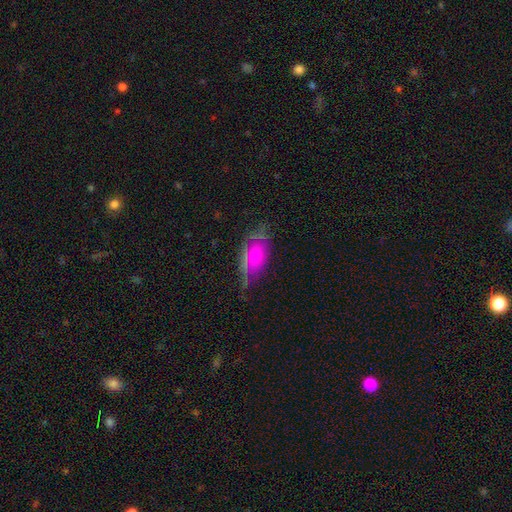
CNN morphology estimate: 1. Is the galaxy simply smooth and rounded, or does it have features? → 48% smooth, 39% featured or disk, 13% star or artifact.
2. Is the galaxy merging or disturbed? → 59% none, 27% minor disturbance, 11% major disturbance, 2% merger.